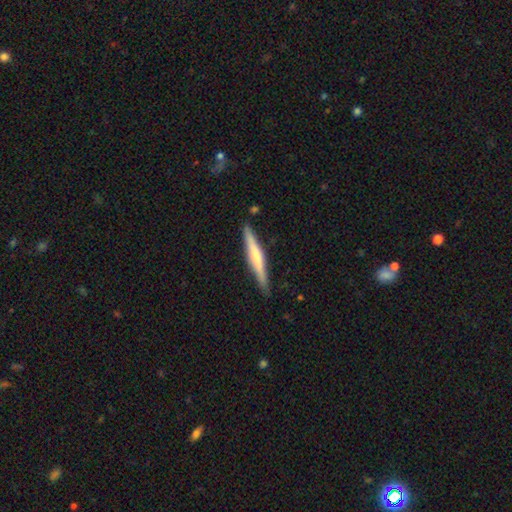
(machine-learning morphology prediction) A featured or disk galaxy (55%) viewed edge-on (97%) with a rounded central bulge (57%).

Vote fractions:
- Smooth or featured? featured or disk: 55% / smooth: 39% / star or artifact: 5%
- Edge-on disk? yes: 97% / no: 3%
- Edge-on bulge? rounded: 57% / none: 29% / boxy: 14%
- Merging? none: 88% / minor disturbance: 9% / major disturbance: 2% / merger: 1%